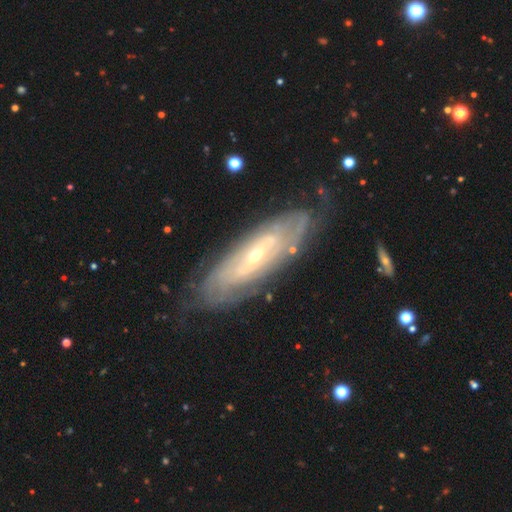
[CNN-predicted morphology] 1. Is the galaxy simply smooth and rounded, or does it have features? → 81% featured or disk, 13% smooth, 6% star or artifact.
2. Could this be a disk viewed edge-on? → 82% no, 18% yes.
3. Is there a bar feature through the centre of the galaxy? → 60% no, 28% weak, 12% strong.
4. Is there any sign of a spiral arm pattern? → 81% yes, 19% no.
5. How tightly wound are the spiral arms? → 73% tight, 20% medium, 7% loose.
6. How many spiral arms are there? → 64% can't tell, 17% 2, 6% 3, 5% 4, 5% more than 4, 4% 1.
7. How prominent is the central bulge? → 72% small, 25% moderate, 1% large, 1% none, 1% dominant.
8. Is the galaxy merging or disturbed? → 77% none, 16% minor disturbance, 5% major disturbance, 2% merger.